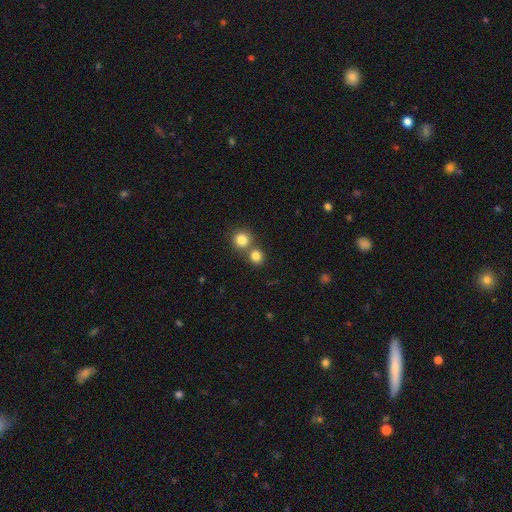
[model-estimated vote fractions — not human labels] smooth-or-featured: smooth: 82% | star or artifact: 12% | featured or disk: 6%
  how-rounded: round: 85% | in between: 14% | cigar-shaped: 1%
  merging: none: 57% | merger: 34% | minor disturbance: 6% | major disturbance: 2%